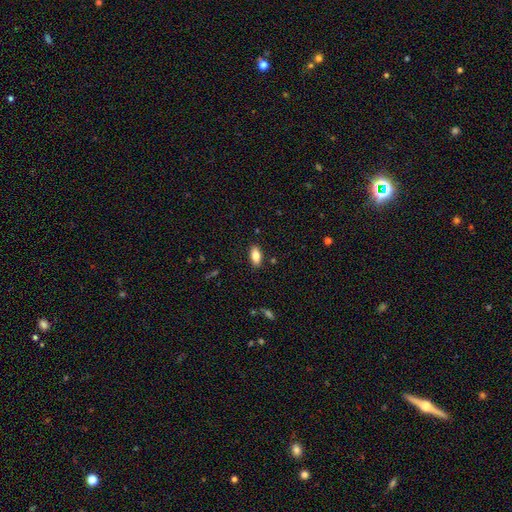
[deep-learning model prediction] Overall: smooth (82%). How rounded: in between (88%). Merging: none (87%).